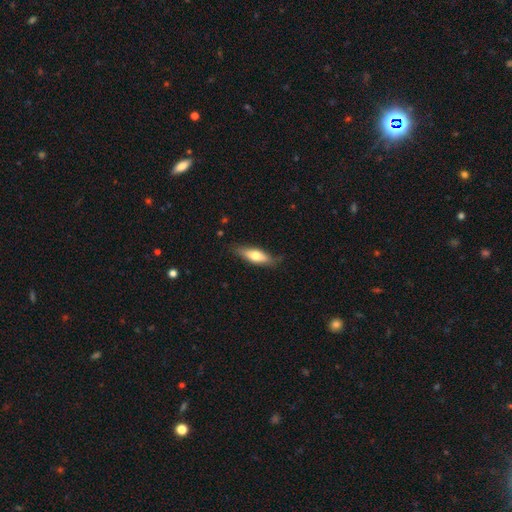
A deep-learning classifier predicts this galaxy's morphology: Smooth or featured? smooth (60%)
How rounded? in between (50%)
Merging? none (79%)